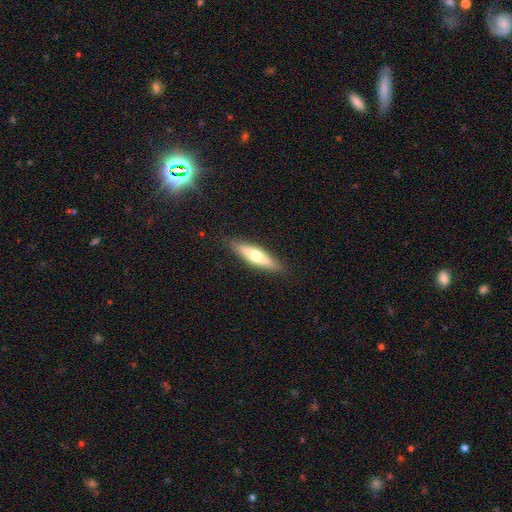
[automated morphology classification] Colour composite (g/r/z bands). It shows a smooth galaxy with no disk features (52%) that is cigar-shaped (66%). Merging: none (88%).